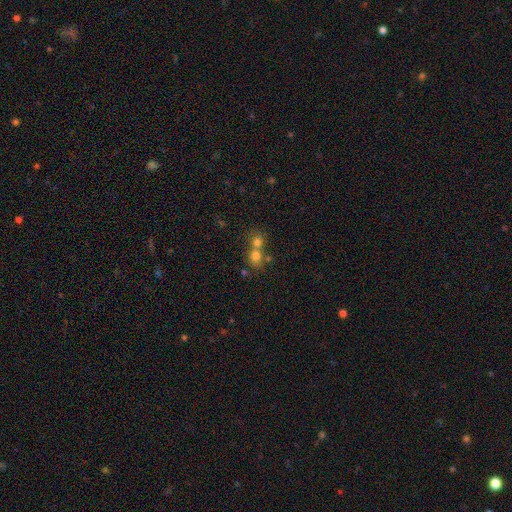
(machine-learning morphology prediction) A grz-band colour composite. It shows a smooth galaxy with no disk features (73%) that is round (74%). Merging: merger (56%).